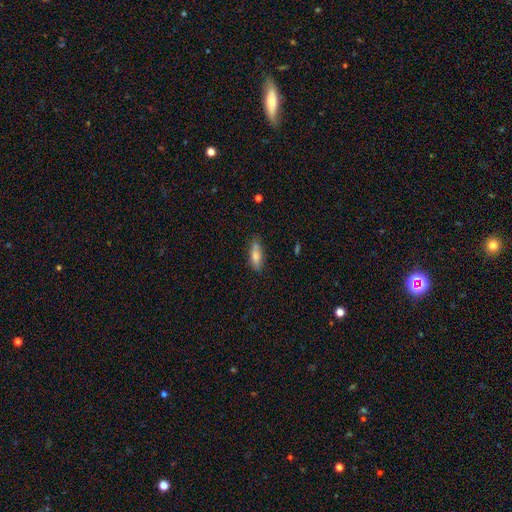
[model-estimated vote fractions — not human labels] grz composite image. It shows a smooth galaxy with no disk features (78%) that is in between round and cigar-shaped (62%). Merging: none (71%).